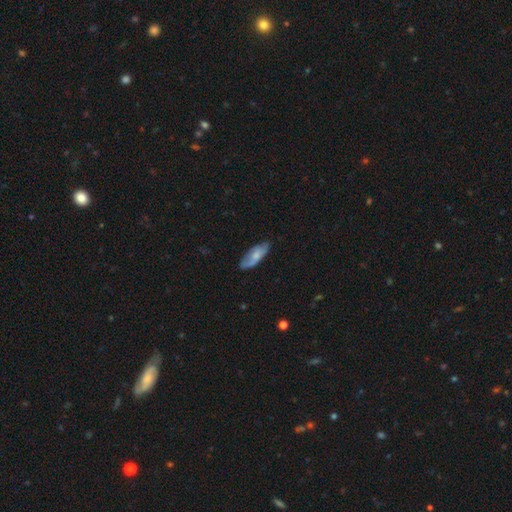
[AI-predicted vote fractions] Smooth or featured? Predicted: smooth (p=0.60). How rounded? Predicted: in between (p=0.73). Merging? Predicted: none (p=0.72).